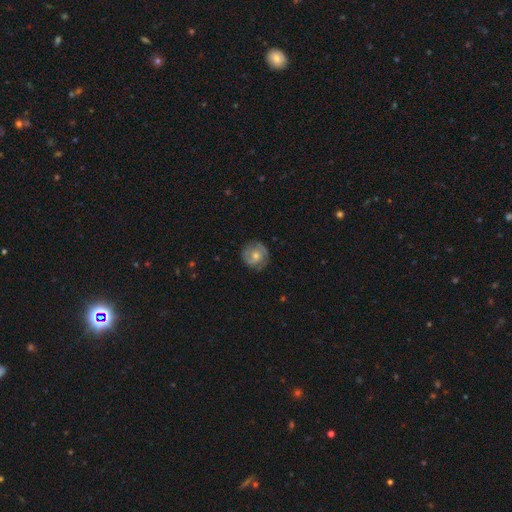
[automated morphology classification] type=featured or disk (60%); edge-on=no (97%); bar=no (70%); spiral arms=yes (82%); bulge=moderate (59%); merging=none (77%).